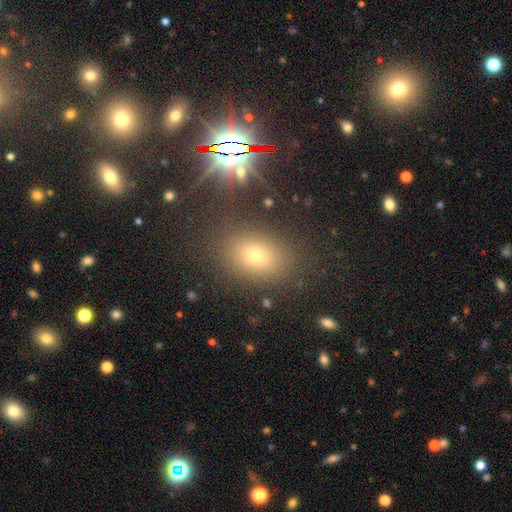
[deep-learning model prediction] smooth-or-featured: smooth: 66% | star or artifact: 22% | featured or disk: 12%
  how-rounded: in between: 69% | round: 30% | cigar-shaped: 2%
  merging: none: 83% | minor disturbance: 10% | major disturbance: 4% | merger: 3%